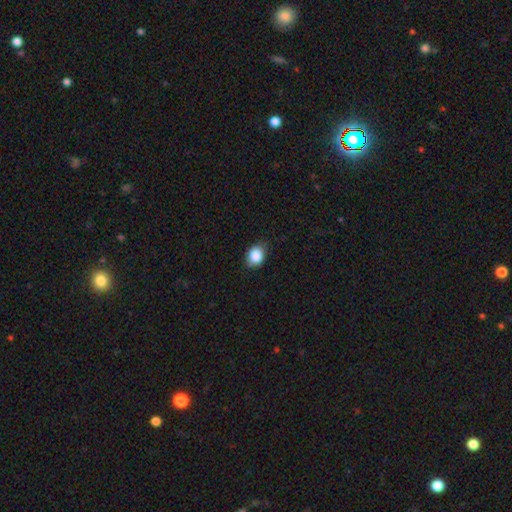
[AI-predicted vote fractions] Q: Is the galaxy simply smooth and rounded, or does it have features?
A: smooth — 86%.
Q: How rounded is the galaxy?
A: in between — 54%.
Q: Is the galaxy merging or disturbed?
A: none — 81%.